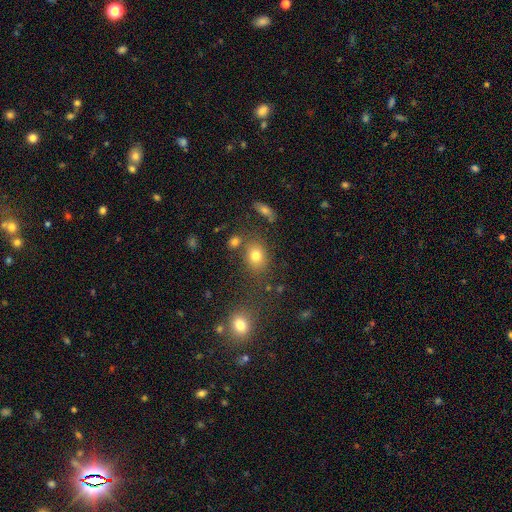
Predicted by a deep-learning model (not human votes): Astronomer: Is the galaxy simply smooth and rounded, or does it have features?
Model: smooth — 77%.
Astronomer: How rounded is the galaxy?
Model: in between — 57% (runner-up: round, 42%).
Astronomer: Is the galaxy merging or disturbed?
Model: none — 71%.